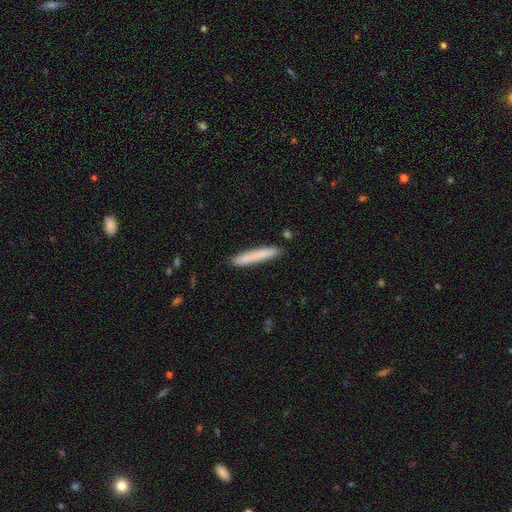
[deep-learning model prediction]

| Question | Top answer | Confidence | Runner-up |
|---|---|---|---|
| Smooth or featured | smooth | 78% | featured or disk (16%) |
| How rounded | cigar-shaped | 96% | in between (3%) |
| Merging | none | 88% | minor disturbance (9%) |